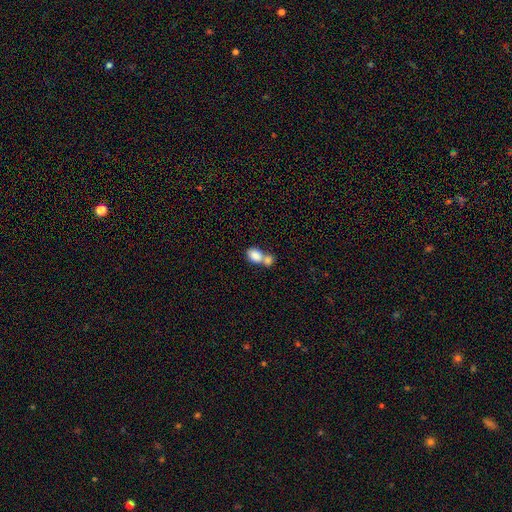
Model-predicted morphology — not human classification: smooth-or-featured: smooth: 83% | featured or disk: 9% | star or artifact: 8%
  how-rounded: in between: 80% | round: 18% | cigar-shaped: 1%
  merging: merger: 66% | none: 23% | minor disturbance: 7% | major disturbance: 4%